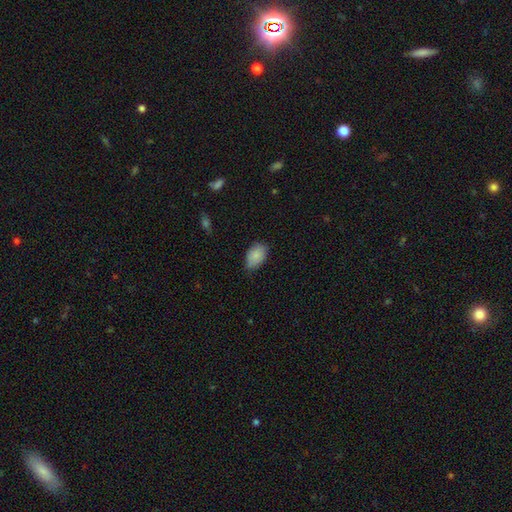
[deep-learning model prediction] The model was most divided on "merging": none: 64%, minor disturbance: 30%, major disturbance: 4%, merger: 1%. More confident: how rounded — in between (89%); smooth or featured — smooth (86%).